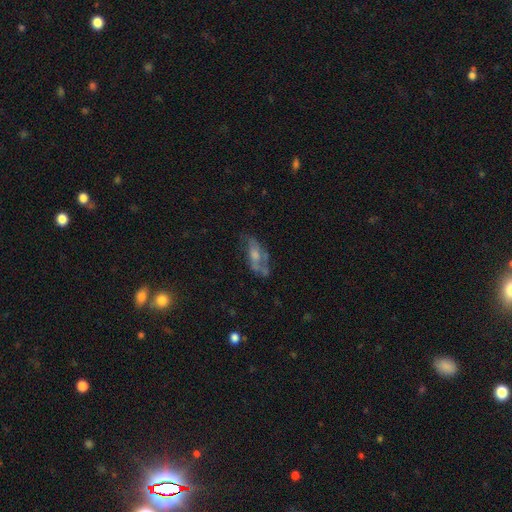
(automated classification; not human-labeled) This appears to be a featured or disk galaxy (62%) with no bar (69%), spiral arms (62%) and a moderate central bulge (48%). Merging: none (47%).